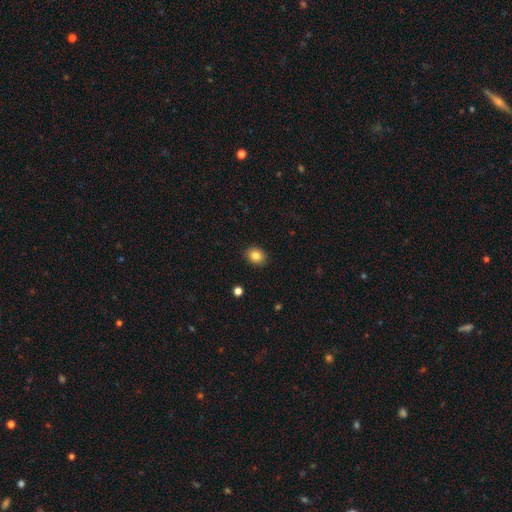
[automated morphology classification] Smooth or featured? Predicted: smooth (p=0.85). How rounded? Predicted: round (p=0.53). Merging? Predicted: none (p=0.90).